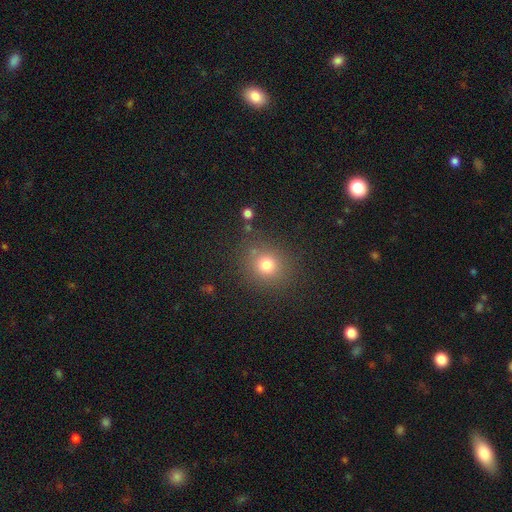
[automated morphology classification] smooth_or_featured: smooth (p=0.63) [alt: star or artifact p=0.31]
how_rounded: round (p=0.88) [alt: in between p=0.11]
merging: none (p=0.88) [alt: minor disturbance p=0.07]